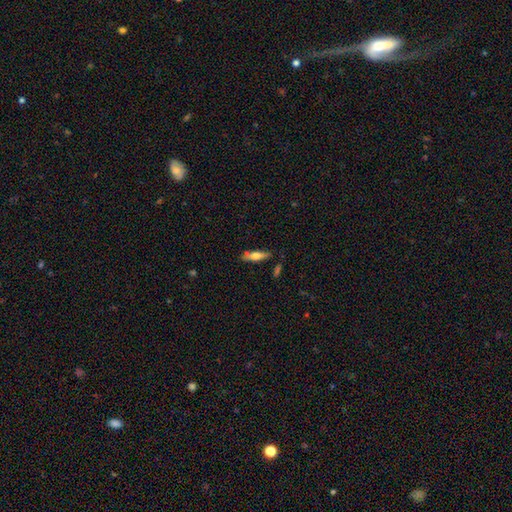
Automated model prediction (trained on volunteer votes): smooth_or_featured: smooth (p=0.53) [alt: featured or disk p=0.41]
how_rounded: cigar-shaped (p=0.66) [alt: in between p=0.32]
merging: none (p=0.80) [alt: minor disturbance p=0.13]